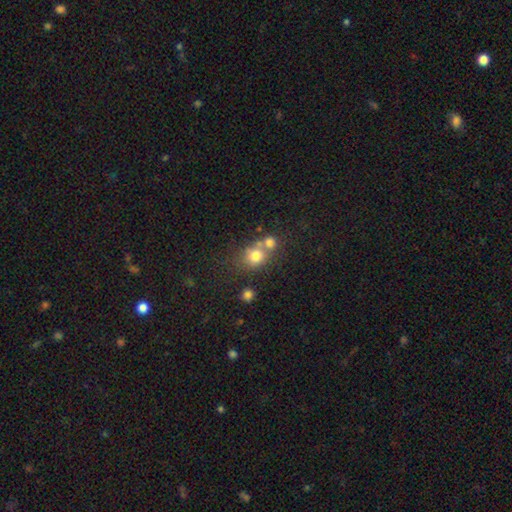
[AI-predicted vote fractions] This is likely a smooth galaxy (74%). How rounded: likely round (78%). Merging: possibly merger (45%).